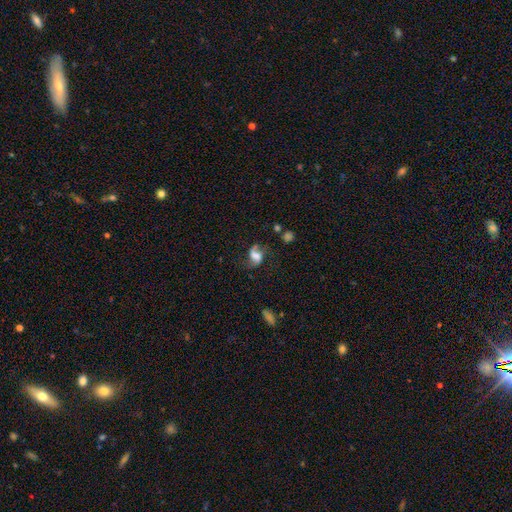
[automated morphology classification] Q: Smooth or featured?
A: featured or disk (64%); runner-up: smooth (26%)
Q: Edge-on disk?
A: no (97%); runner-up: yes (3%)
Q: Bar?
A: weak (41%); runner-up: no (37%)
Q: Spiral arms?
A: yes (89%); runner-up: no (11%)
Q: Spiral winding?
A: loose (67%); runner-up: medium (27%)
Q: Spiral arm count?
A: 2 (88%); runner-up: 1 (6%)
Q: Bulge size?
A: large (30%); runner-up: moderate (29%)
Q: Merging?
A: none (57%); runner-up: minor disturbance (21%)